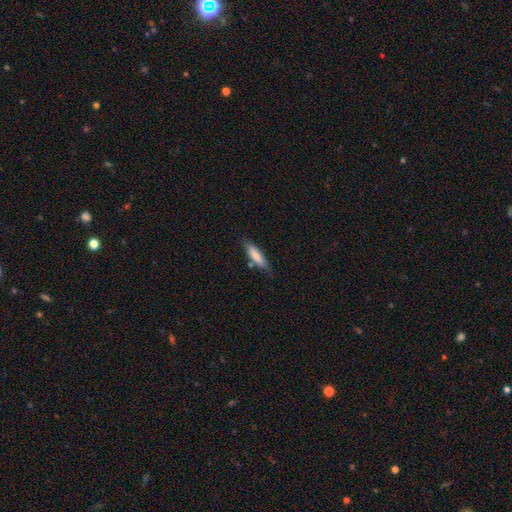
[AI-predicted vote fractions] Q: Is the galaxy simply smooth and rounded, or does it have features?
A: smooth — 80%.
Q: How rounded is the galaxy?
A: cigar-shaped — 67%.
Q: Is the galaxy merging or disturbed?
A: none — 72%.